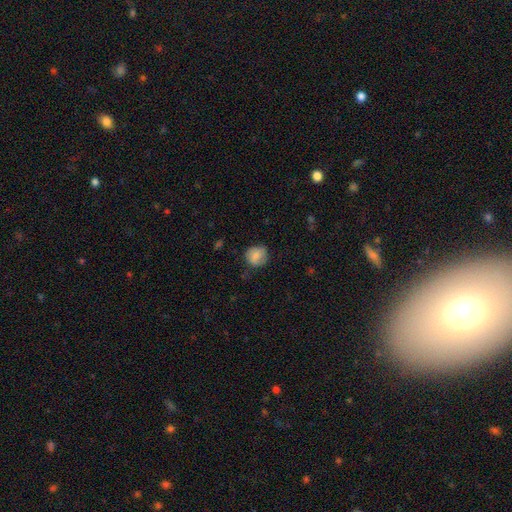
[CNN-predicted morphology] Smooth or featured?
  - smooth: 80% *
  - featured or disk: 12%
  - star or artifact: 8%
How rounded?
  - round: 81% *
  - in between: 18%
  - cigar-shaped: 1%
Merging?
  - none: 71% *
  - minor disturbance: 22%
  - major disturbance: 6%
  - merger: 1%